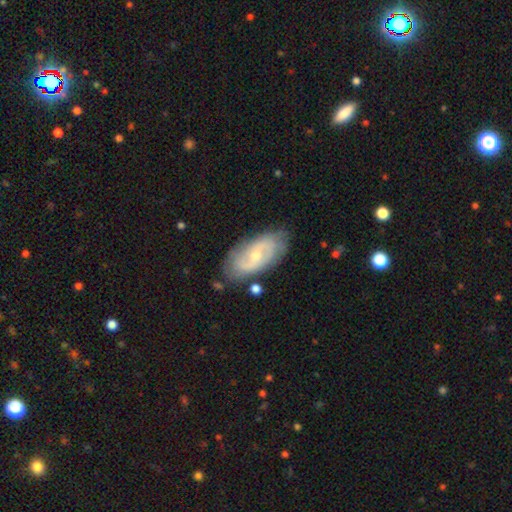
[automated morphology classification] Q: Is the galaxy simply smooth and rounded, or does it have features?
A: featured or disk — 76%.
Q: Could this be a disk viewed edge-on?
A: no — 94%.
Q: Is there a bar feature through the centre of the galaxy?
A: no — 50%.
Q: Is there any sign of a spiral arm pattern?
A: yes — 88%.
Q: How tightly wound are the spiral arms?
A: medium — 41%.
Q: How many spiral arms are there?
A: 2 — 67%.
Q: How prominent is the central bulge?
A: small — 57%.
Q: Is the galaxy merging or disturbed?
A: none — 76%.